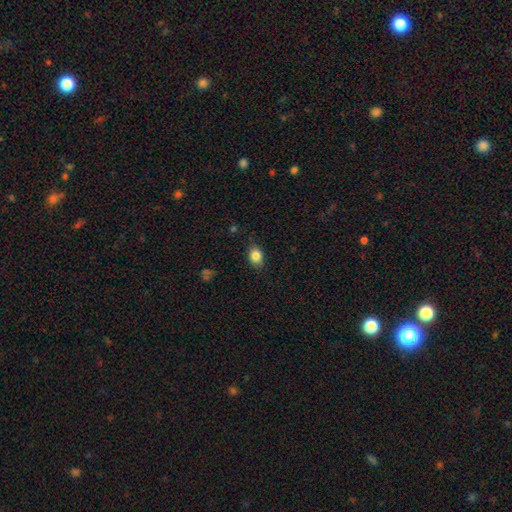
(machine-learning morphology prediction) A smooth galaxy with no disk features (84%) that is in between round and cigar-shaped (70%).

Vote fractions:
- Smooth or featured? smooth: 84% / star or artifact: 9% / featured or disk: 7%
- How rounded? in between: 70% / round: 28% / cigar-shaped: 1%
- Merging? none: 83% / minor disturbance: 13% / major disturbance: 3% / merger: 1%